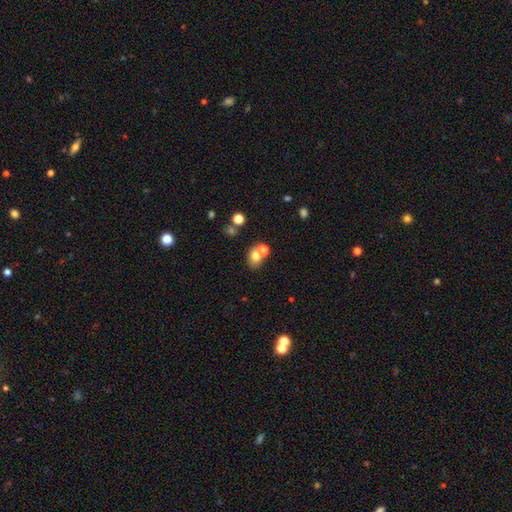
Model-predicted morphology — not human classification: Overall: smooth (71%). How rounded: in between (50%; round 49%). Merging: none (50%; merger 36%).